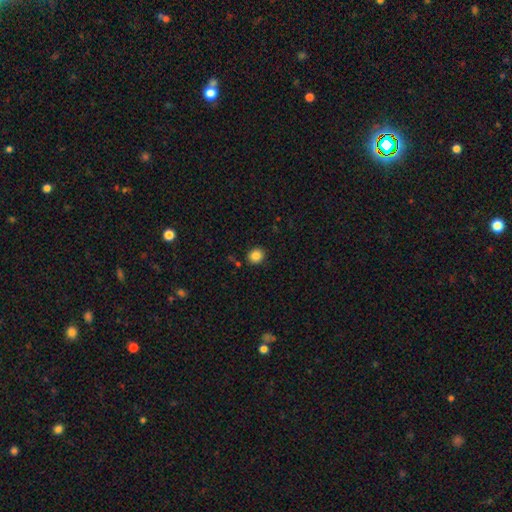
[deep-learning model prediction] Morphology: type=smooth (86%); roundness=round (81%); merging=none (89%).